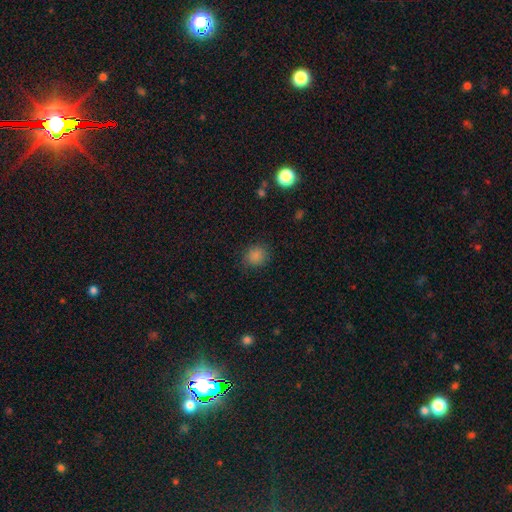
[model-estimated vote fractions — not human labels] This appears to be a smooth galaxy with no disk features (85%) that is round (78%). Merging: none (84%).